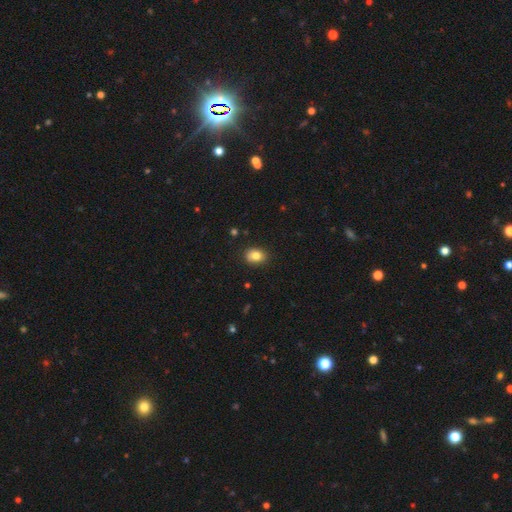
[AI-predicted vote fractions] Smooth or featured: smooth — 82% (star or artifact — 10%)
How rounded: in between — 60% (round — 39%)
Merging: none — 80% (minor disturbance — 15%)